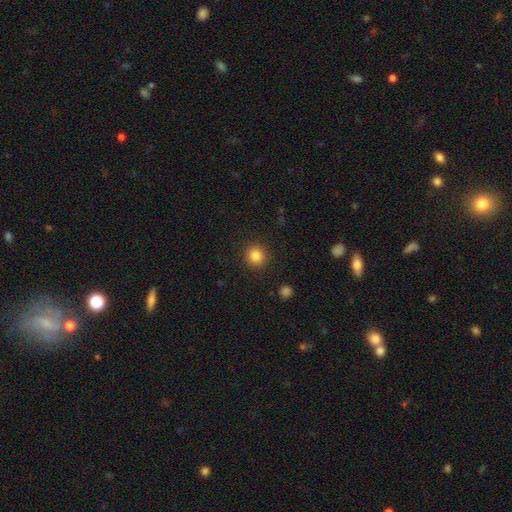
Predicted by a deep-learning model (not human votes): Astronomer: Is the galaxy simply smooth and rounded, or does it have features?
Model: smooth — 84%.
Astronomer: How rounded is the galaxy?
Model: round — 93%.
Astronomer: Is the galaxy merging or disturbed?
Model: none — 91%.